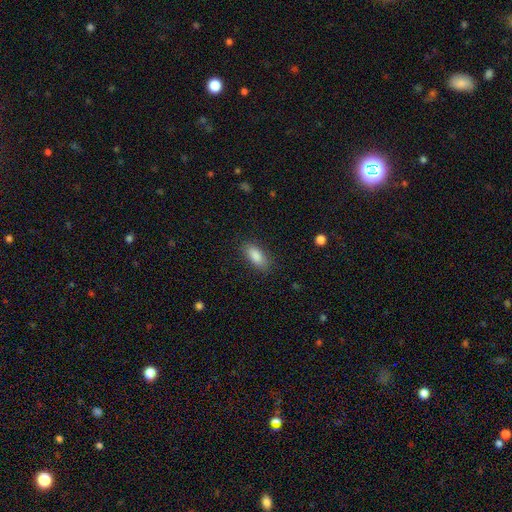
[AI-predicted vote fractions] This is clearly a smooth galaxy (87%). How rounded: clearly in between (83%). Merging: clearly none (86%).